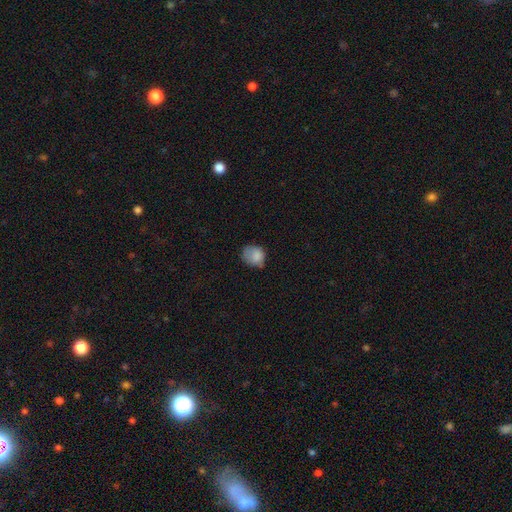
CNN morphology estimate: Smooth or featured: smooth — 83% (star or artifact — 9%)
How rounded: round — 57% (in between — 42%)
Merging: none — 47% (minor disturbance — 39%)